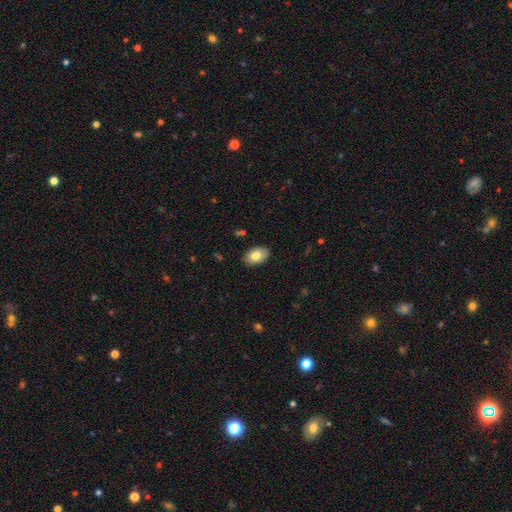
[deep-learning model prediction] smooth 79%, featured or disk 14%, star or artifact 7%. Down the decision tree: how rounded — in between (90%); merging — none (87%).